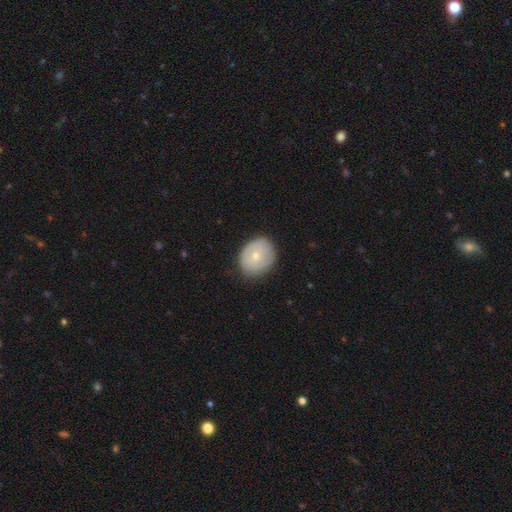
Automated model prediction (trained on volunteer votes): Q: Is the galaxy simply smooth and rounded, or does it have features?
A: smooth — 63%.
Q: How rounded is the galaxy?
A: round — 57%.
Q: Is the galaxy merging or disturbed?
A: none — 76%.